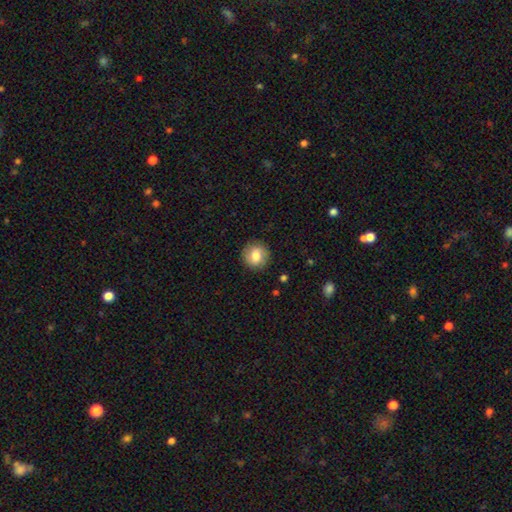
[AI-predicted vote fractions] A smooth galaxy with no disk features (74%) that is round (87%).

Vote fractions:
- Smooth or featured? smooth: 74% / featured or disk: 18% / star or artifact: 8%
- How rounded? round: 87% / in between: 12% / cigar-shaped: 1%
- Merging? none: 88% / minor disturbance: 9% / major disturbance: 3% / merger: 1%